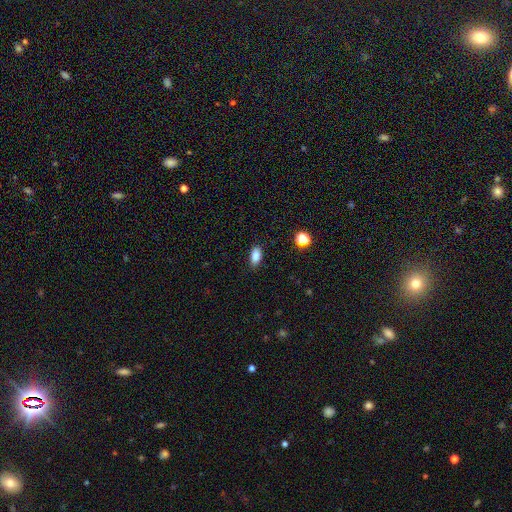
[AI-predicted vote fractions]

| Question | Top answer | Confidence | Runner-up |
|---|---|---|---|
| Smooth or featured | smooth | 85% | star or artifact (10%) |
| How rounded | in between | 89% | cigar-shaped (6%) |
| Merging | none | 86% | minor disturbance (10%) |